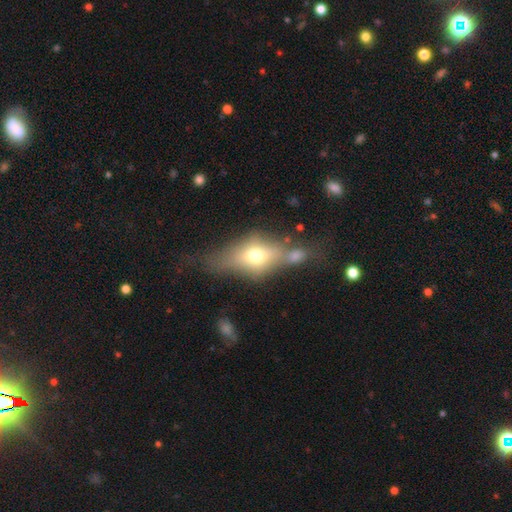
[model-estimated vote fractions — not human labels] smooth 49%, featured or disk 40%, star or artifact 11%. Down the decision tree: merging — none (40%).